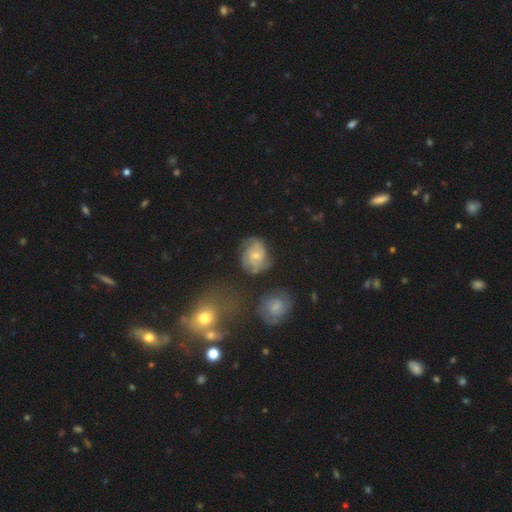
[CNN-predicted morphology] The model was most divided on "spiral winding": tight: 42%, medium: 41%, loose: 17%. Remaining: edge-on disk — no (97%); spiral arms — yes (87%); bar — no (69%); smooth or featured — featured or disk (61%); merging — none (59%); bulge size — small (55%); spiral arm count — can't tell (31%).